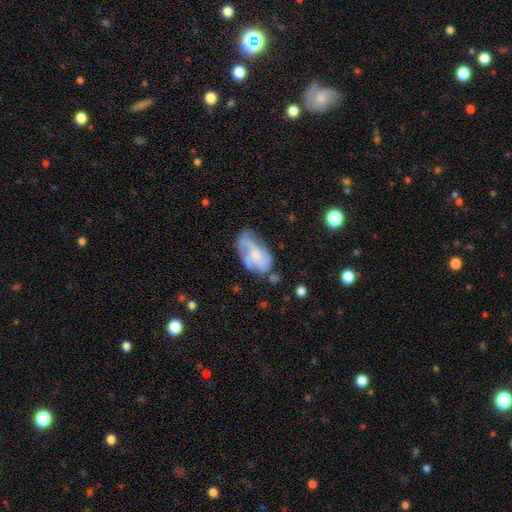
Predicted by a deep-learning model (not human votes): This is likely a featured or disk galaxy (67%). It is clearly not viewed edge-on (96%). Bar: likely no (70%). Spiral arm pattern: clearly yes (81%). Spiral arm count: marginally 3 (35%). Spiral winding: marginally medium (45%). Central bulge: possibly small (47%). Merging: possibly none (53%).